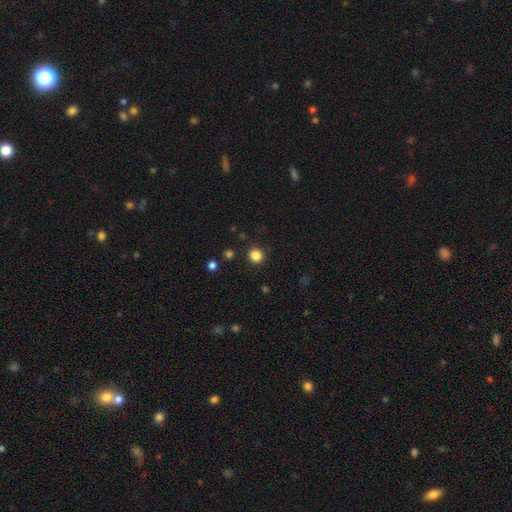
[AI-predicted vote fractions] This appears to be a smooth galaxy with no disk features (85%) that is round (94%). Merging: none (90%).